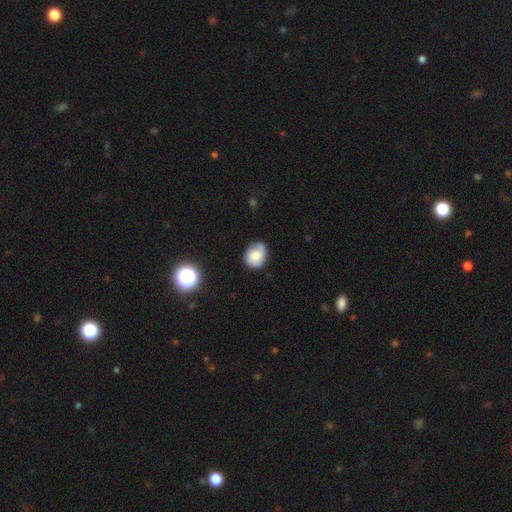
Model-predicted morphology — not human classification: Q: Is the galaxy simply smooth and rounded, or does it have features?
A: smooth — 65%.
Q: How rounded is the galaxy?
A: round — 58%.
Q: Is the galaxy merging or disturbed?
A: none — 63%.